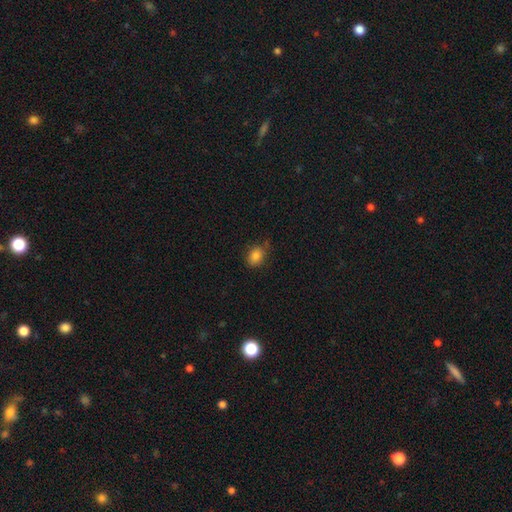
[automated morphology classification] A smooth galaxy with no disk features (84%) that is in between round and cigar-shaped (57%). Merging: none (75%).